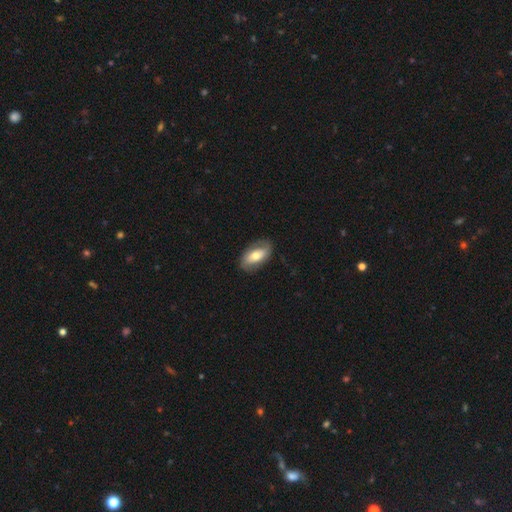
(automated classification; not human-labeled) A smooth galaxy with no disk features (47%, tied with featured or disk).

Vote fractions:
- Smooth or featured? smooth: 47% (tied) / featured or disk: 47% (tied) / star or artifact: 6%
- Merging? none: 76% / minor disturbance: 17% / major disturbance: 6% / merger: 1%